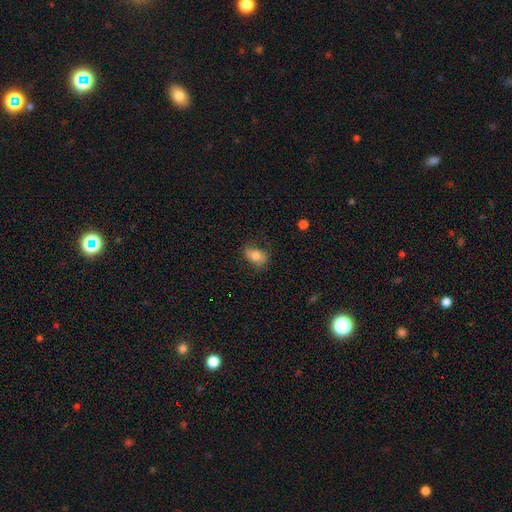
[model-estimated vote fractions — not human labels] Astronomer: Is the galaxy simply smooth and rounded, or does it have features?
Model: smooth — 71%.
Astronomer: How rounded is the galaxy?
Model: in between — 77%.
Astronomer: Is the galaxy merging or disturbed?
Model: none — 65%.